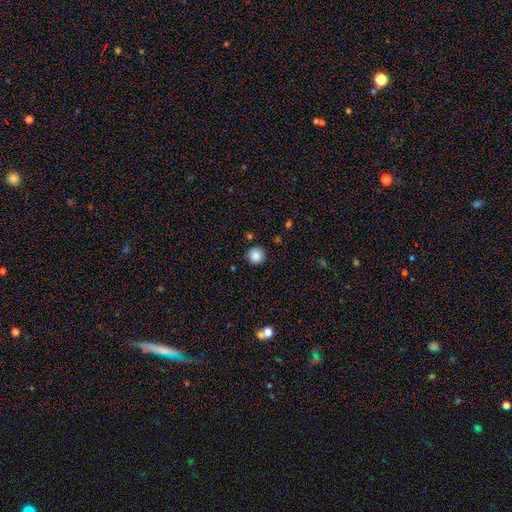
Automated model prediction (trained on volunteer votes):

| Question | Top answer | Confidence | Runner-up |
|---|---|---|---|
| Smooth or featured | smooth | 86% | star or artifact (10%) |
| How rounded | round | 95% | in between (4%) |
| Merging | none | 90% | minor disturbance (7%) |